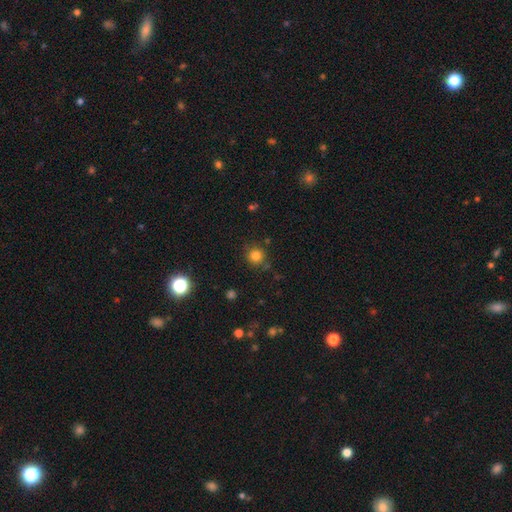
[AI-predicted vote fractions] Morphology: type=smooth (80%); roundness=round (93%); merging=none (84%).